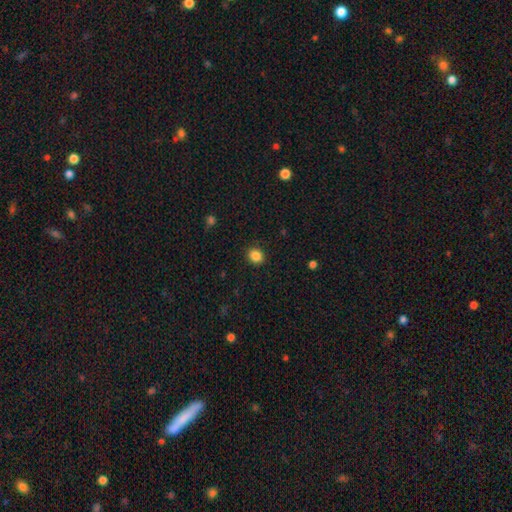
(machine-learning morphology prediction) Smooth or featured? Predicted: smooth (p=0.86). How rounded? Predicted: round (p=0.66). Merging? Predicted: none (p=0.90).